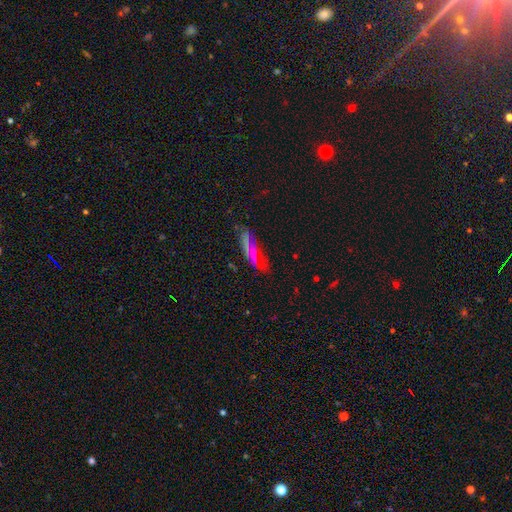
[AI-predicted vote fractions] Overall: smooth (42%; featured or disk 33%). Merging: none (66%).